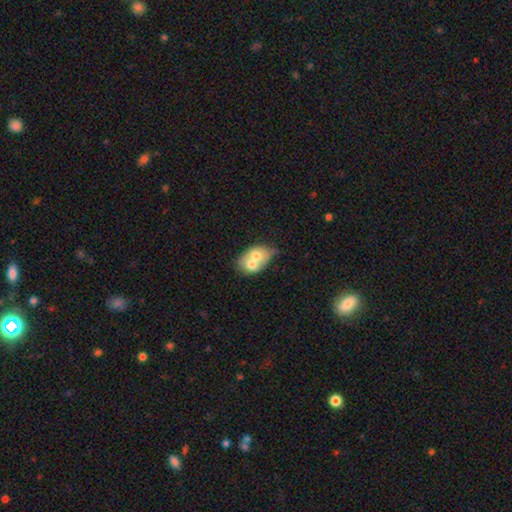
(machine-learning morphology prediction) type=smooth (62%); roundness=in between (69%); merging=merger (71%).